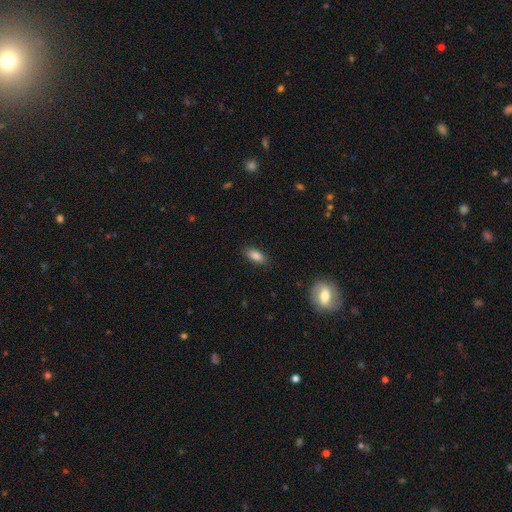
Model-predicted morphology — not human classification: Smooth or featured: smooth — 86% (star or artifact — 8%)
How rounded: in between — 85% (cigar-shaped — 12%)
Merging: none — 85% (minor disturbance — 11%)